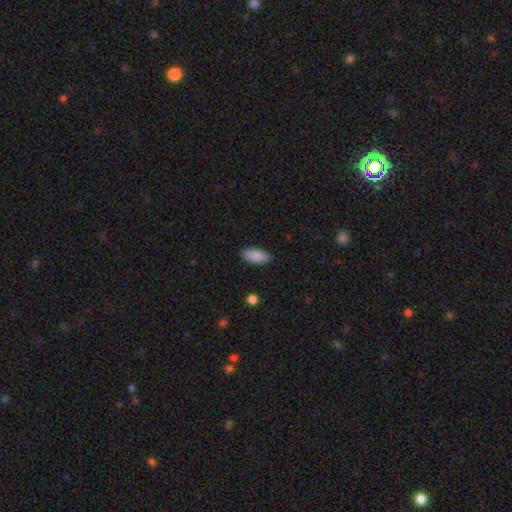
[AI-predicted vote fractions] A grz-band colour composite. It shows a smooth galaxy with no disk features (90%) that is in between round and cigar-shaped (88%). Merging: none (87%).